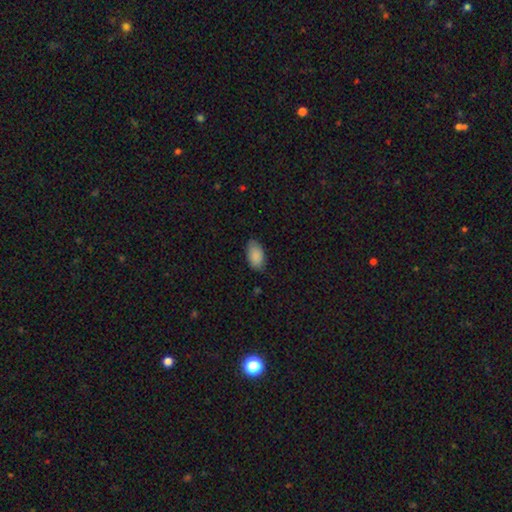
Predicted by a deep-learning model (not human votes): Q: Smooth or featured?
A: smooth (89%); runner-up: star or artifact (6%)
Q: How rounded?
A: in between (94%); runner-up: round (4%)
Q: Merging?
A: none (80%); runner-up: minor disturbance (16%)